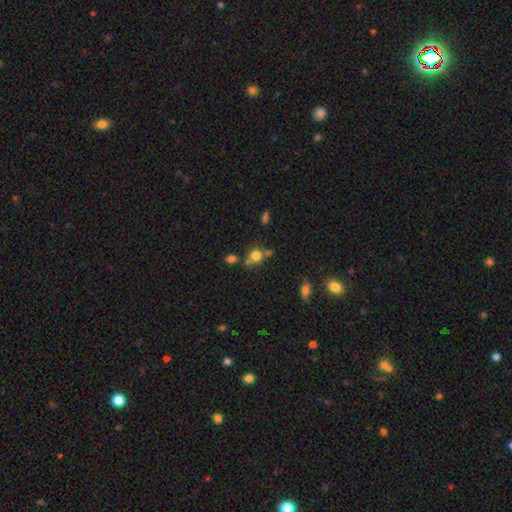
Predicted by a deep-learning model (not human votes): smooth-or-featured: smooth: 75% | star or artifact: 15% | featured or disk: 10%
  how-rounded: round: 82% | in between: 17% | cigar-shaped: 1%
  merging: none: 57% | merger: 25% | minor disturbance: 12% | major disturbance: 5%